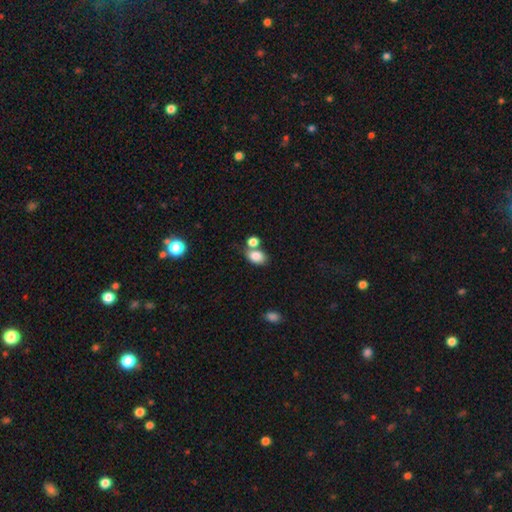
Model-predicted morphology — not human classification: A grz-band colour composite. It shows a smooth galaxy with no disk features (83%) that is in between round and cigar-shaped (81%). Merging: none (48%).